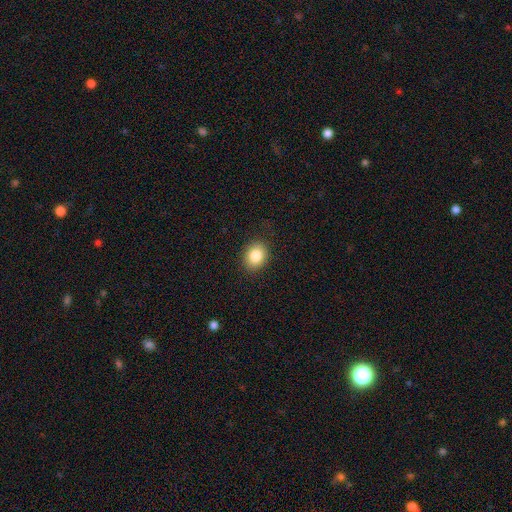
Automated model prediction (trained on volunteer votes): A smooth galaxy with no disk features (85%) that is round (54%). Merging: none (87%).